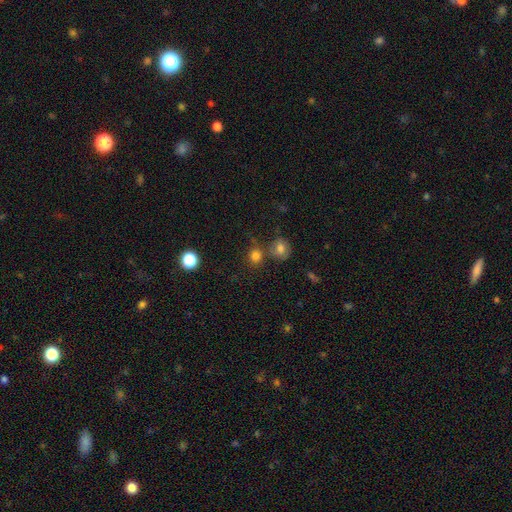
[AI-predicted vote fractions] Smooth or featured: smooth — 79% (star or artifact — 14%)
How rounded: round — 83% (in between — 16%)
Merging: none — 65% (merger — 20%)